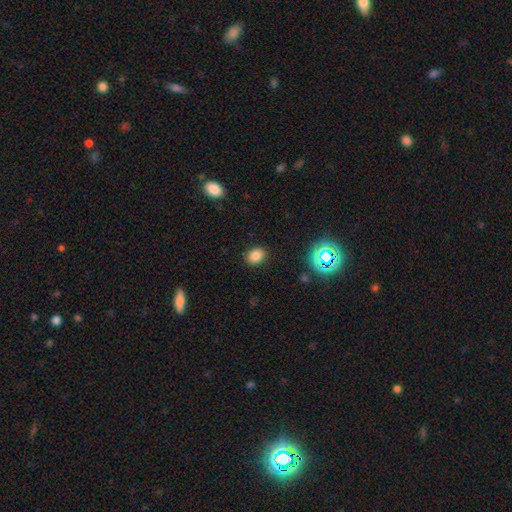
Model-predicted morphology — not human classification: Smooth or featured? Predicted: smooth (p=0.80). How rounded? Predicted: in between (p=0.53). Merging? Predicted: none (p=0.88).